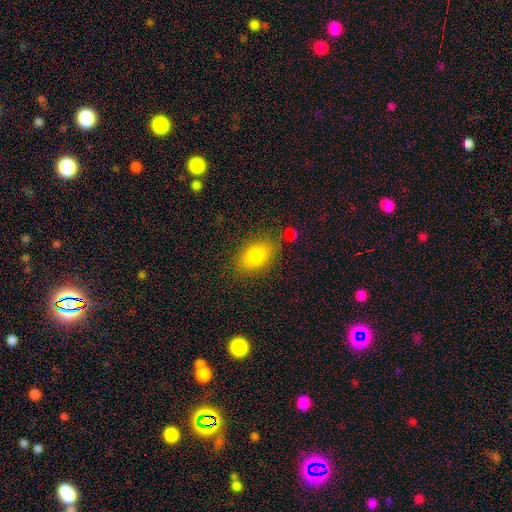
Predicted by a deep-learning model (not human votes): smooth-or-featured: smooth: 82% | featured or disk: 9% | star or artifact: 9%
  how-rounded: in between: 81% | round: 17% | cigar-shaped: 2%
  merging: none: 78% | minor disturbance: 14% | major disturbance: 4% | merger: 4%